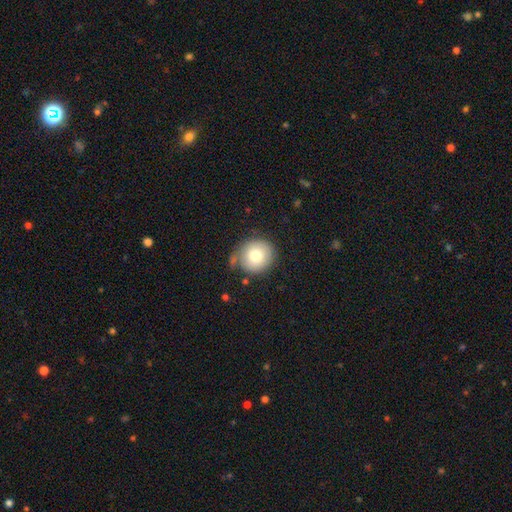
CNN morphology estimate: This is likely a smooth galaxy (78%). How rounded: clearly round (87%). Merging: likely none (67%).